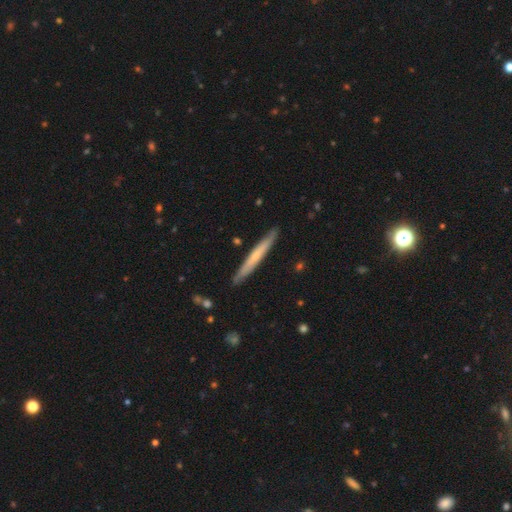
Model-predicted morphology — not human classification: This is possibly a smooth galaxy (49%). Merging: clearly none (89%).